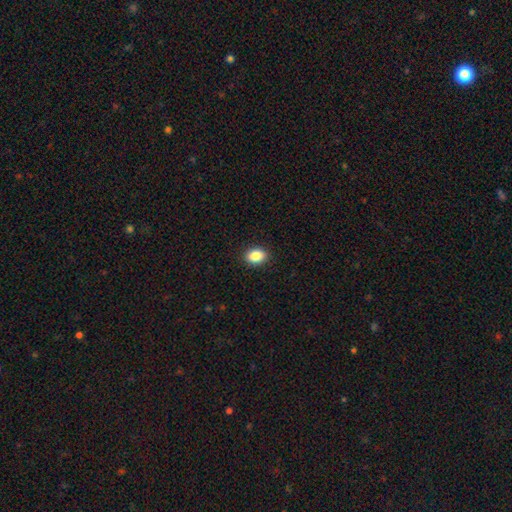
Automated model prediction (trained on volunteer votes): Smooth or featured?
  - smooth: 87% *
  - star or artifact: 9%
  - featured or disk: 4%
How rounded?
  - in between: 69% *
  - round: 29%
  - cigar-shaped: 1%
Merging?
  - none: 90% *
  - minor disturbance: 7%
  - major disturbance: 2%
  - merger: 1%